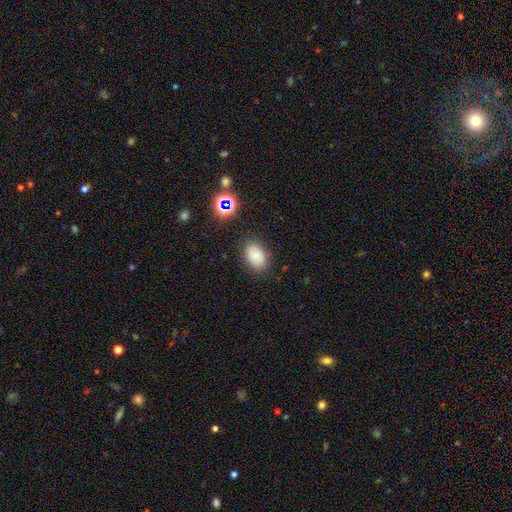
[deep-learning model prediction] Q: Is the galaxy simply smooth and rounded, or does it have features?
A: smooth — 78%.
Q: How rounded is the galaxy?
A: in between — 80%.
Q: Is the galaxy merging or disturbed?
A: none — 82%.